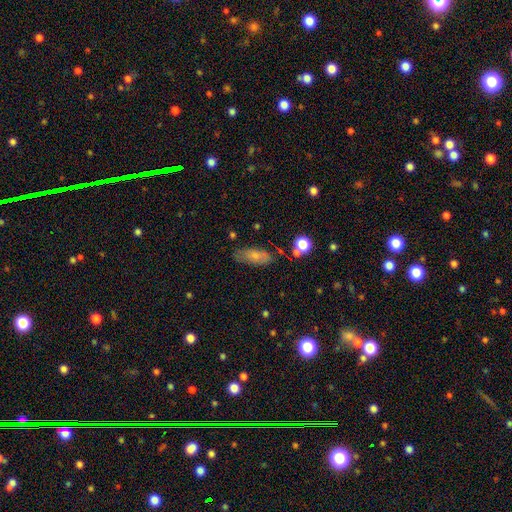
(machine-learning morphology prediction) This is likely a smooth galaxy (71%). How rounded: likely in between (80%). Merging: likely none (69%).